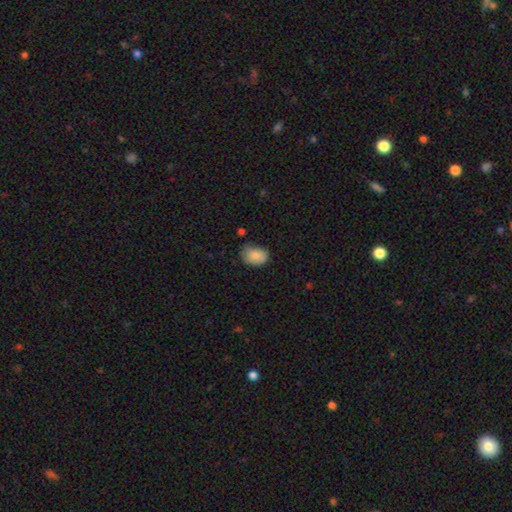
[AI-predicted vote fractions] A smooth galaxy with no disk features (86%) that is in between round and cigar-shaped (73%). Merging: none (62%).